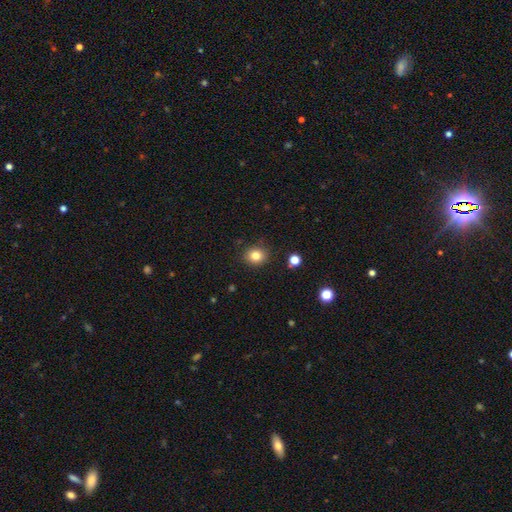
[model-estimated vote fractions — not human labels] Q: Smooth or featured?
A: smooth (81%); runner-up: star or artifact (12%)
Q: How rounded?
A: round (77%); runner-up: in between (23%)
Q: Merging?
A: none (88%); runner-up: minor disturbance (8%)